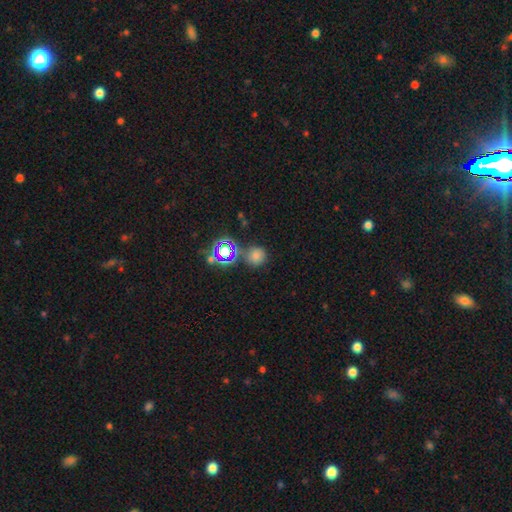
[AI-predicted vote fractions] smooth-or-featured: smooth: 67% | star or artifact: 26% | featured or disk: 8%
  how-rounded: round: 89% | in between: 10% | cigar-shaped: 1%
  merging: none: 68% | minor disturbance: 13% | merger: 13% | major disturbance: 5%